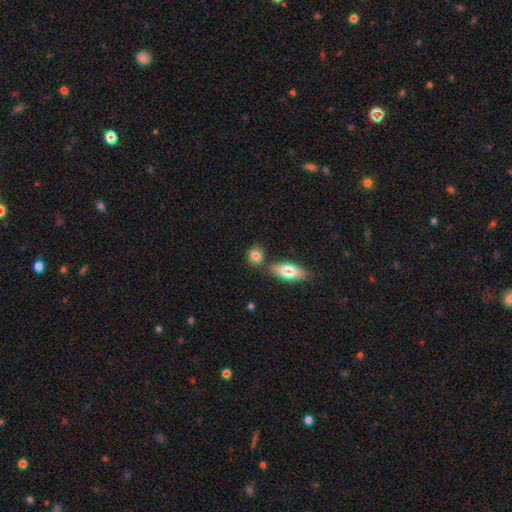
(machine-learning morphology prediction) smooth-or-featured: smooth: 83% | featured or disk: 9% | star or artifact: 8%
  how-rounded: round: 55% | in between: 41% | cigar-shaped: 4%
  merging: none: 66% | merger: 19% | minor disturbance: 11% | major disturbance: 3%